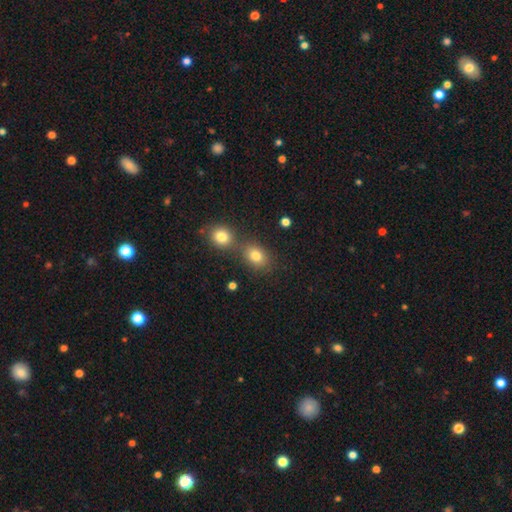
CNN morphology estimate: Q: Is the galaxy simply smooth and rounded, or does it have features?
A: smooth — 79%.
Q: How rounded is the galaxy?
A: in between — 55%.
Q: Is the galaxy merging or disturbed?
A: none — 55%.